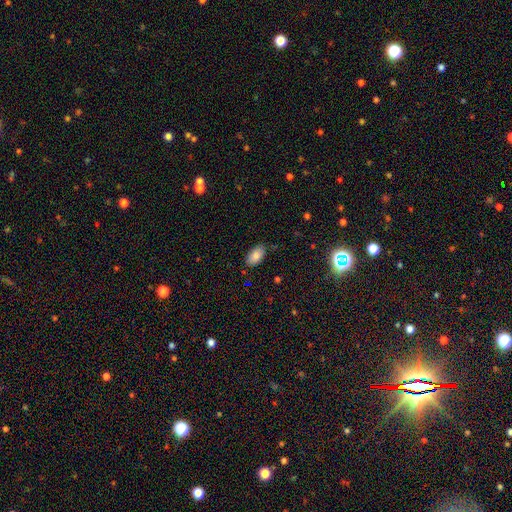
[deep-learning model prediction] smooth 83%, star or artifact 8%, featured or disk 8%. Down the decision tree: how rounded — in between (94%); merging — none (81%).